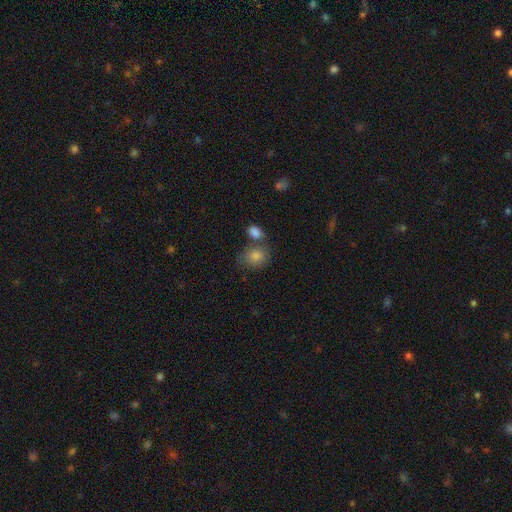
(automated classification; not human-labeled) A smooth galaxy with no disk features (81%) that is round (52%). Merging: none (54%).